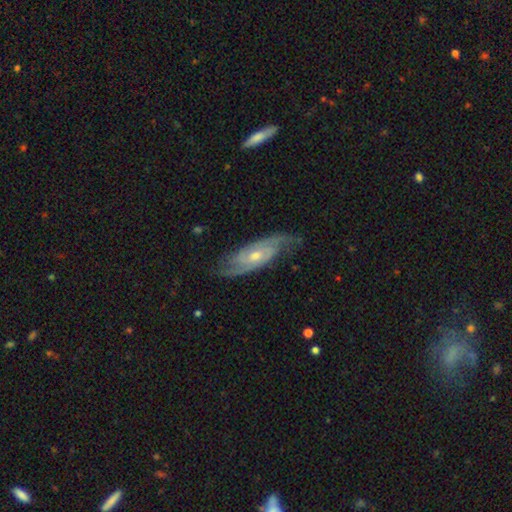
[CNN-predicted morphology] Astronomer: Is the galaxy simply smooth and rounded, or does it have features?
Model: featured or disk — 87%.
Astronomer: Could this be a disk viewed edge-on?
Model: no — 90%.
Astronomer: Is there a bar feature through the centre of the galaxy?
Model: no — 58% (runner-up: weak, 34%).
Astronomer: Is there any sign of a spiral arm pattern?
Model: yes — 97%.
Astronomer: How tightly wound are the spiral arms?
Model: tight — 45% (runner-up: medium, 42%).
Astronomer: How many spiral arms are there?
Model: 2 — 66%.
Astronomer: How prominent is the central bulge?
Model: moderate — 49% (runner-up: small, 47%).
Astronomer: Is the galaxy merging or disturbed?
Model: none — 76%.